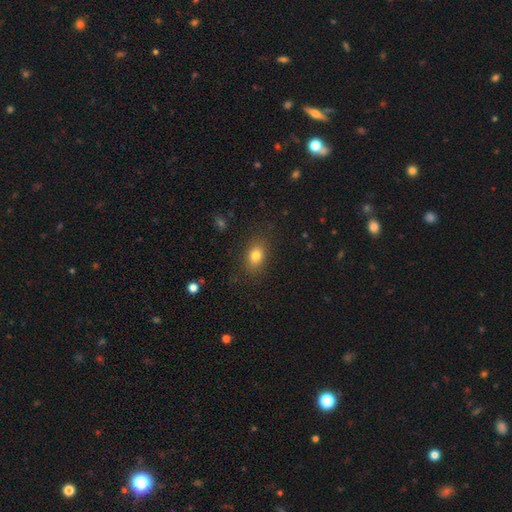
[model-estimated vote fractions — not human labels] Smooth or featured? Predicted: smooth (p=0.80). How rounded? Predicted: in between (p=0.75). Merging? Predicted: none (p=0.83).